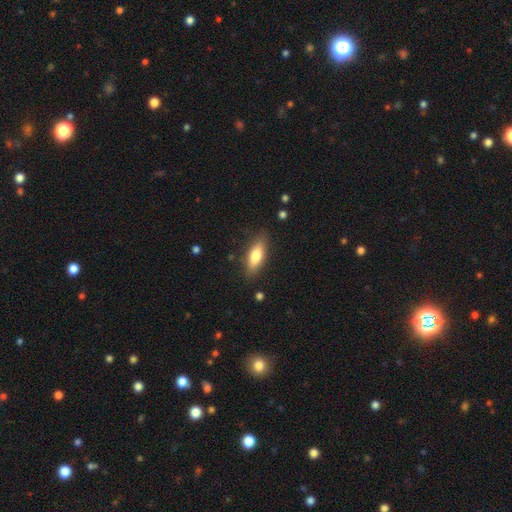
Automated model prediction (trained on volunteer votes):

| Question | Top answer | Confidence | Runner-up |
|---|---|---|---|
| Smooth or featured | smooth | 74% | featured or disk (19%) |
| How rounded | in between | 64% | cigar-shaped (34%) |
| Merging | none | 83% | minor disturbance (12%) |